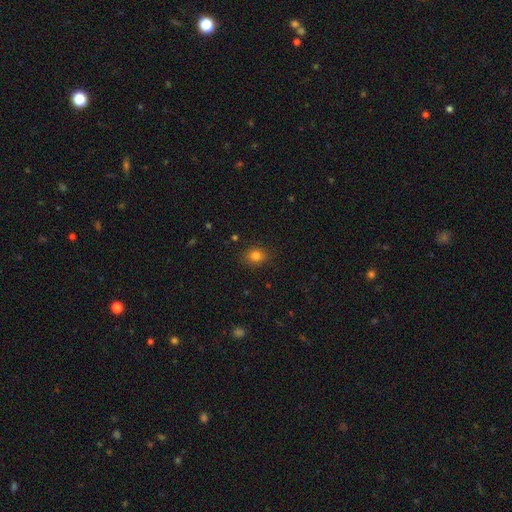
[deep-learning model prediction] Smooth or featured? Predicted: smooth (p=0.81). How rounded? Predicted: round (p=0.55). Merging? Predicted: none (p=0.86).